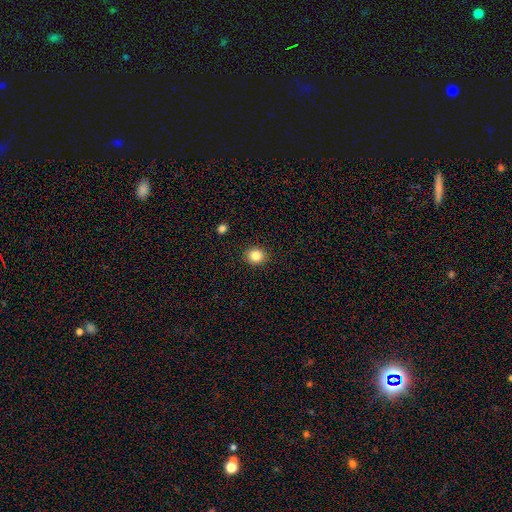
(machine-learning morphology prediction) A smooth galaxy with no disk features (85%) that is round (79%).

Vote fractions:
- Smooth or featured? smooth: 85% / star or artifact: 10% / featured or disk: 5%
- How rounded? round: 79% / in between: 20% / cigar-shaped: 1%
- Merging? none: 91% / minor disturbance: 6% / major disturbance: 2% / merger: 1%